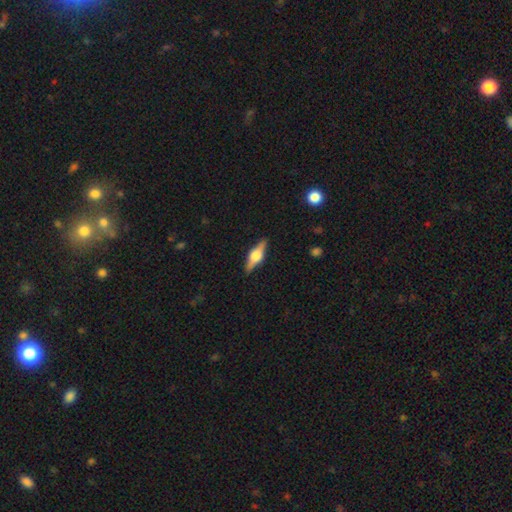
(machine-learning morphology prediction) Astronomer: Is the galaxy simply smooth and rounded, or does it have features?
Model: featured or disk — 71%.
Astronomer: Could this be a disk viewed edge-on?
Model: yes — 97%.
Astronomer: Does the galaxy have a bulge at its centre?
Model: rounded — 92%.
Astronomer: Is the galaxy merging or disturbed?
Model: none — 90%.